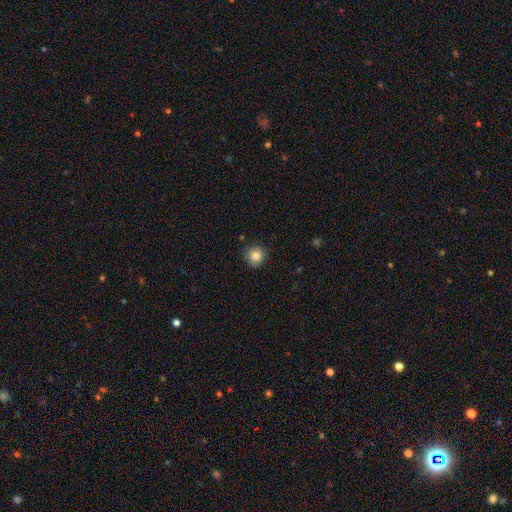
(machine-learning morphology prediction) This is clearly a smooth galaxy (85%). How rounded: clearly round (92%). Merging: clearly none (85%).